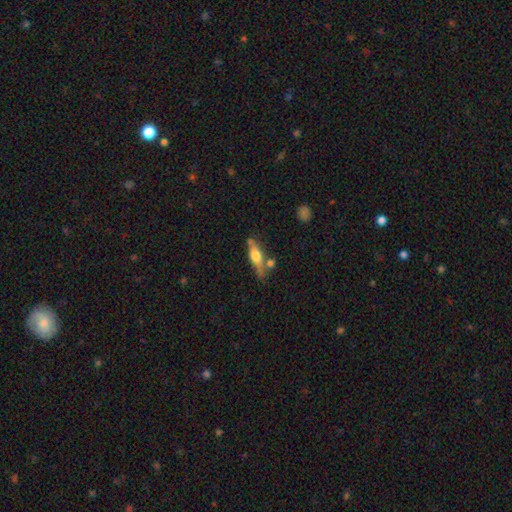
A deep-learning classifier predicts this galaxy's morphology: The model was most divided on "smooth or featured": featured or disk: 54%, smooth: 40%, star or artifact: 6%. More confident: edge-on disk — yes (88%); merging — none (63%).